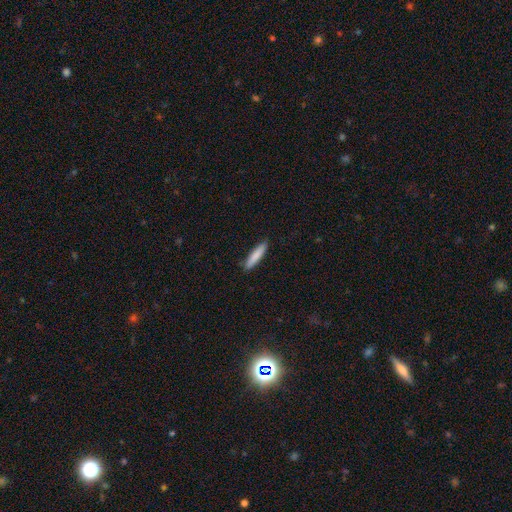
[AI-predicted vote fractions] Smooth or featured? Predicted: smooth (p=0.84). How rounded? Predicted: cigar-shaped (p=0.85). Merging? Predicted: none (p=0.88).